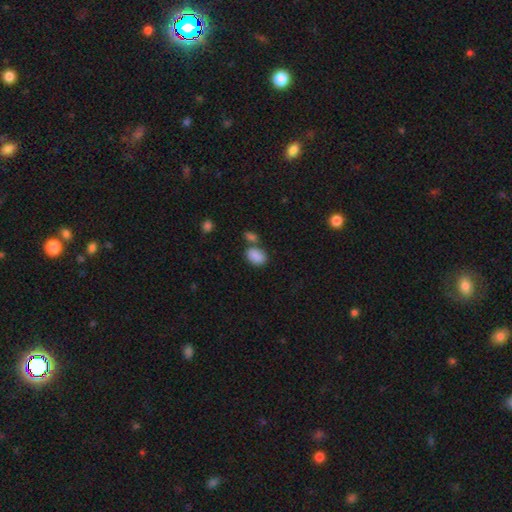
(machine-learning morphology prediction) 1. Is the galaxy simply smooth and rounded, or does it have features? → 87% smooth, 8% star or artifact, 4% featured or disk.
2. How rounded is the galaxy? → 85% in between, 13% round, 1% cigar-shaped.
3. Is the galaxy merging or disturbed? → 57% none, 27% merger, 12% minor disturbance, 4% major disturbance.